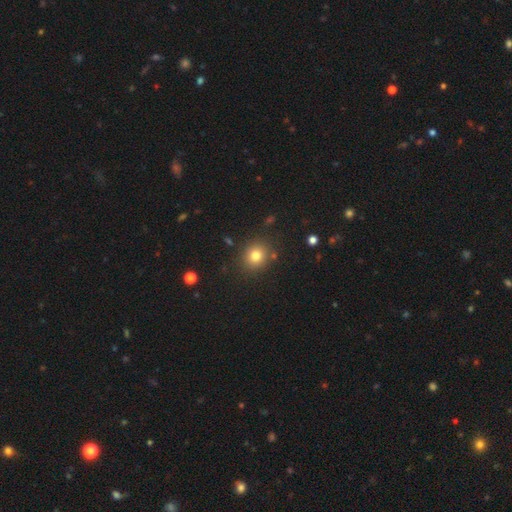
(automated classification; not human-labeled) Morphology: type=smooth (79%); roundness=round (81%); merging=none (85%).